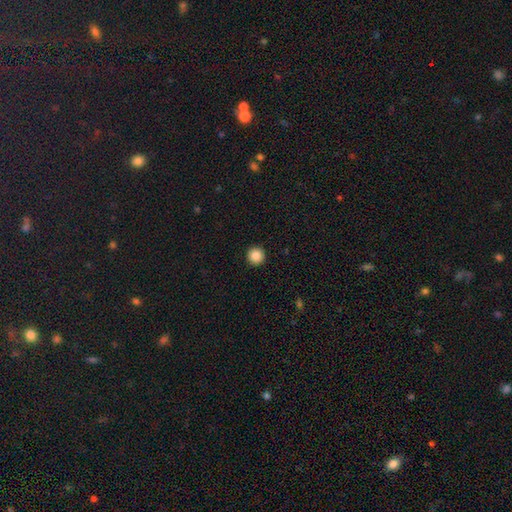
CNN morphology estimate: smooth 86%, star or artifact 10%, featured or disk 4%. Down the decision tree: how rounded — round (96%); merging — none (94%).